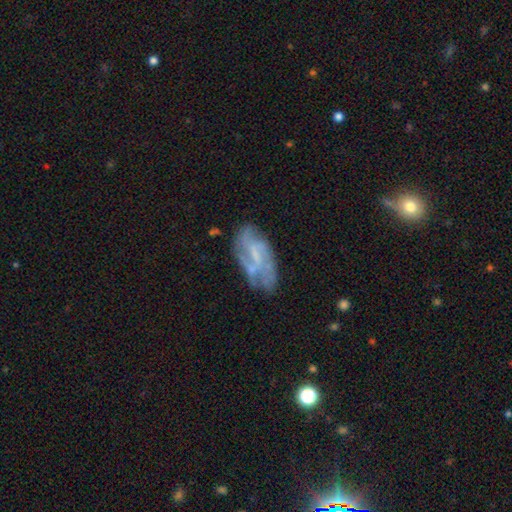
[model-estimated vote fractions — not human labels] Smooth or featured? featured or disk (66%)
Edge-on disk? no (93%)
Bar? no (42%, tied with weak)
Spiral arms? yes (72%)
Bulge size? none (43%)
Merging? none (60%)